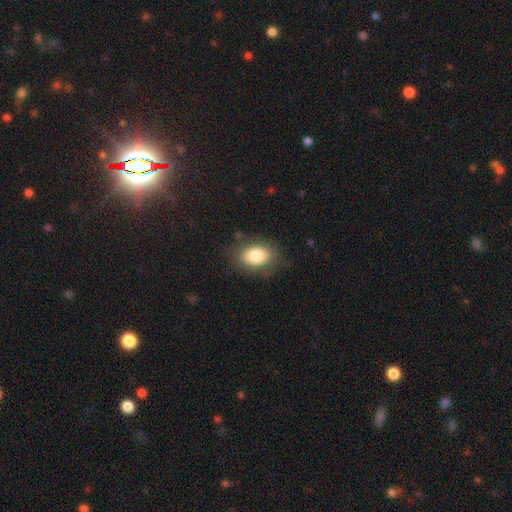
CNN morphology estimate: This is likely a smooth galaxy (80%). How rounded: clearly in between (81%). Merging: likely none (78%).